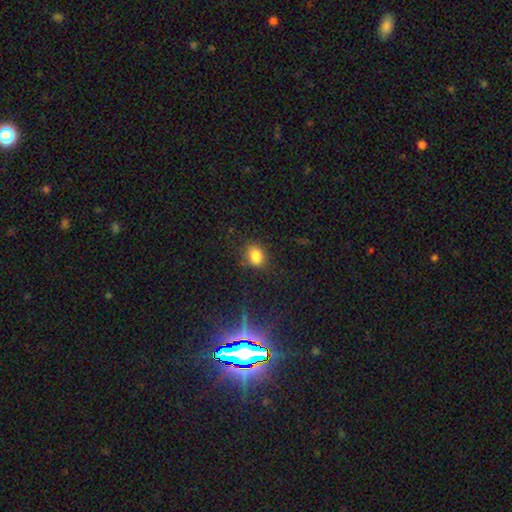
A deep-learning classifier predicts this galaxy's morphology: smooth-or-featured: smooth: 82% | star or artifact: 12% | featured or disk: 6%
  how-rounded: in between: 69% | round: 29% | cigar-shaped: 2%
  merging: none: 73% | minor disturbance: 18% | major disturbance: 6% | merger: 3%